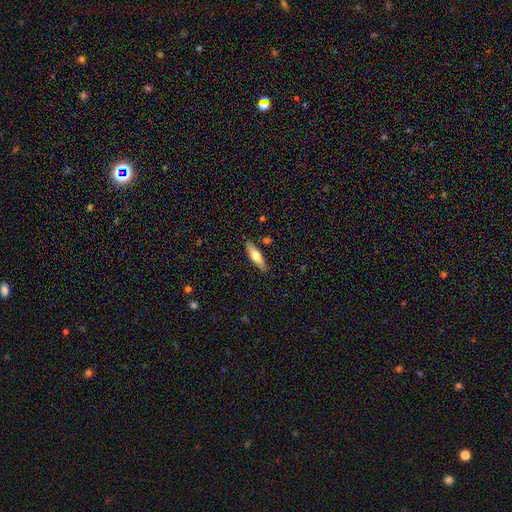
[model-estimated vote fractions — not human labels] This is possibly a smooth galaxy (58%). How rounded: likely cigar-shaped (64%). Merging: clearly none (84%).